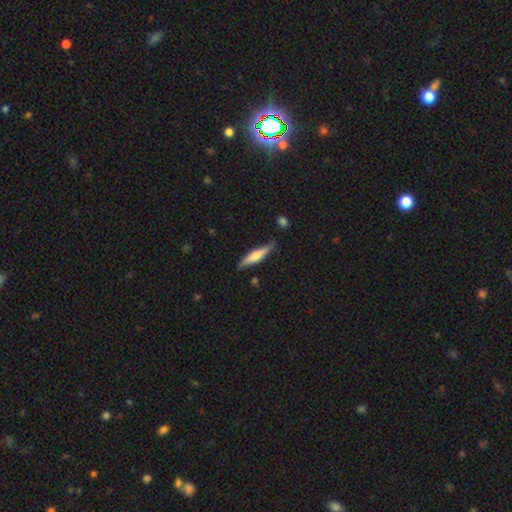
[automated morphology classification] The model was most divided on "smooth or featured": smooth: 49%, featured or disk: 45%, star or artifact: 6%. More confident: merging — none (78%).